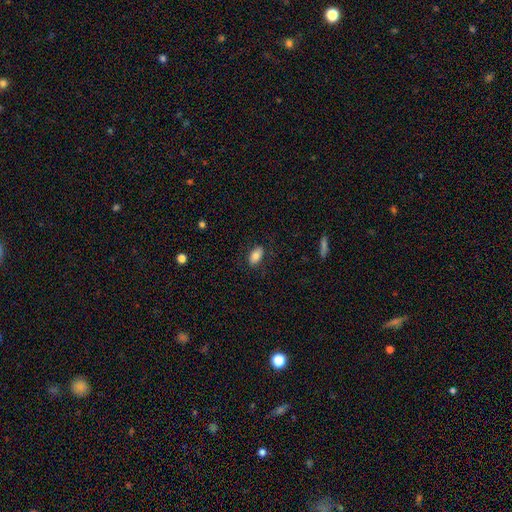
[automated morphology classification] smooth 82%, featured or disk 11%, star or artifact 8%. Down the decision tree: how rounded — in between (92%); merging — none (84%).